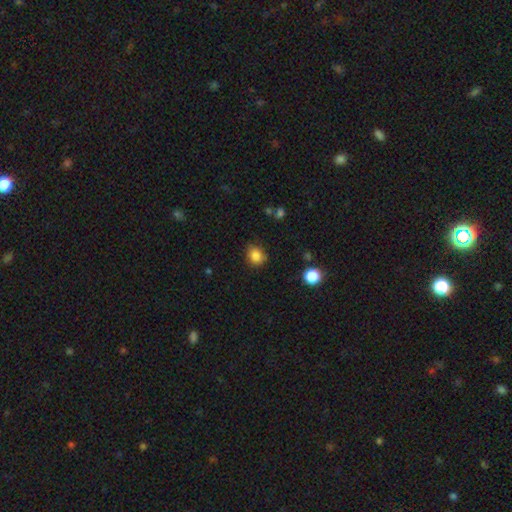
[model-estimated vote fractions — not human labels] Smooth or featured? smooth (84%)
How rounded? round (65%)
Merging? none (76%)